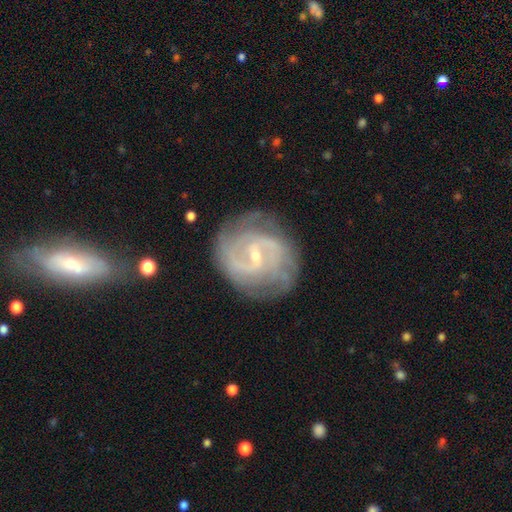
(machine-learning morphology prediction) featured or disk 87%, smooth 7%, star or artifact 6%. Down the decision tree: edge-on disk — no (97%); bar — weak (54%); spiral arms — yes (95%); spiral arm count — 2 (61%); spiral winding — medium (46%); bulge size — small (78%); merging — none (75%).